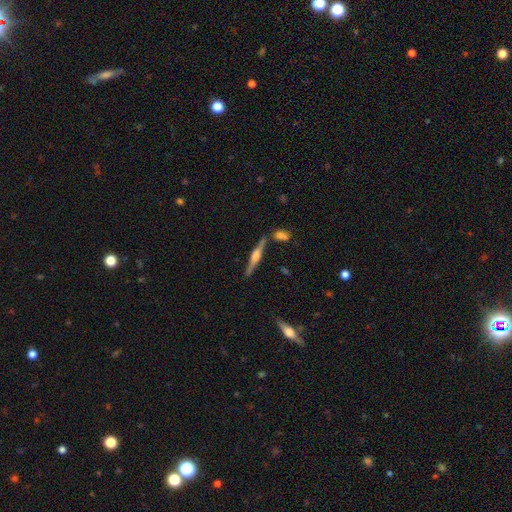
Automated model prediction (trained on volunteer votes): Smooth or featured? featured or disk (75%)
Edge-on disk? yes (97%)
Edge-on bulge? rounded (76%)
Merging? none (80%)